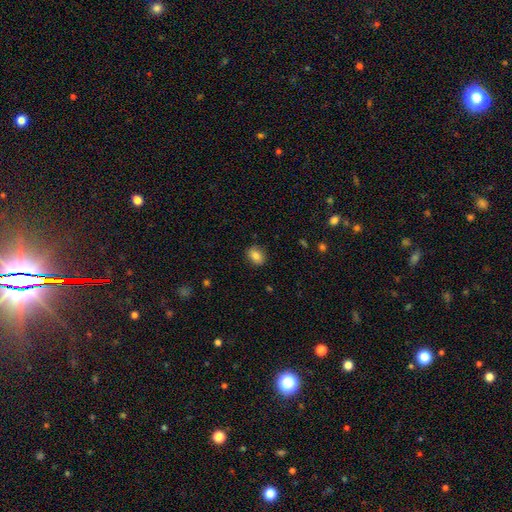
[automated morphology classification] smooth_or_featured: smooth (p=0.83) [alt: star or artifact p=0.09]
how_rounded: in between (p=0.63) [alt: round p=0.35]
merging: none (p=0.87) [alt: minor disturbance p=0.10]